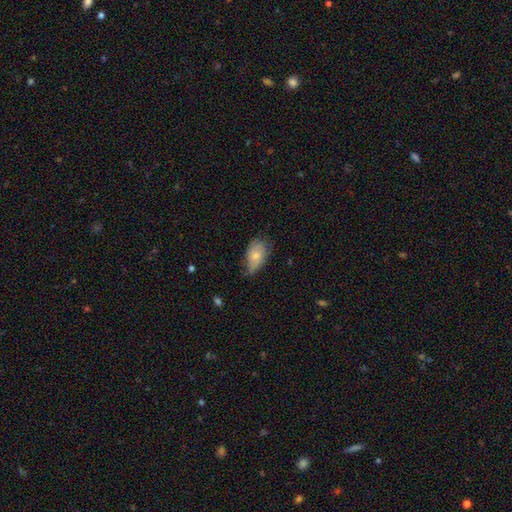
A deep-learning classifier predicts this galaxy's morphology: Q: Smooth or featured?
A: smooth (74%); runner-up: featured or disk (19%)
Q: How rounded?
A: in between (91%); runner-up: round (7%)
Q: Merging?
A: minor disturbance (45%); runner-up: none (41%)